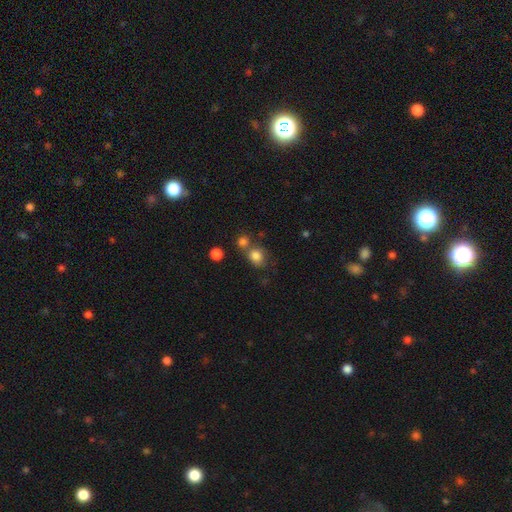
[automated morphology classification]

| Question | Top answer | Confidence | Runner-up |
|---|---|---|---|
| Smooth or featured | smooth | 82% | star or artifact (11%) |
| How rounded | round | 69% | in between (30%) |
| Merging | none | 54% | merger (28%) |